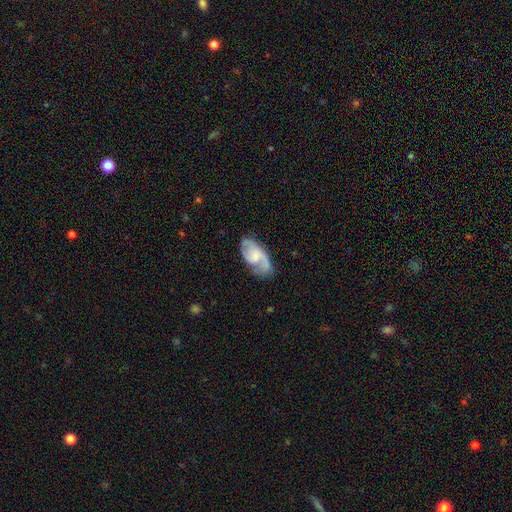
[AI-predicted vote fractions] This appears to be a featured or disk galaxy (67%) with no bar (54%), 2 (71%) medium (48%) spiral arms (88%) and no central bulge (32%). Merging: none (60%).